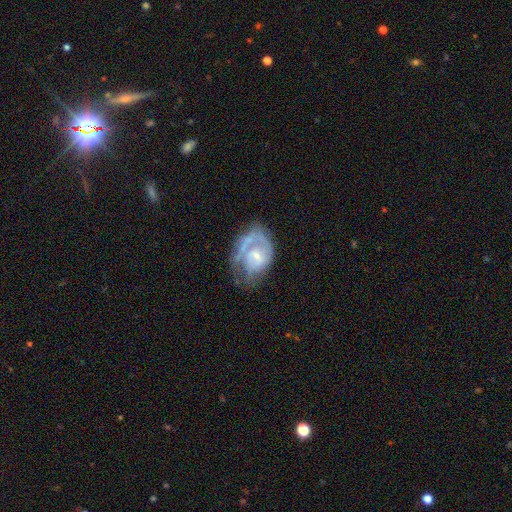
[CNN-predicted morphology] featured or disk 72%, smooth 22%, star or artifact 6%. Down the decision tree: edge-on disk — no (98%); bar — no (59%); spiral arms — yes (76%); spiral arm count — 1 (40%); spiral winding — tight (46%); bulge size — small (63%); merging — none (40%).